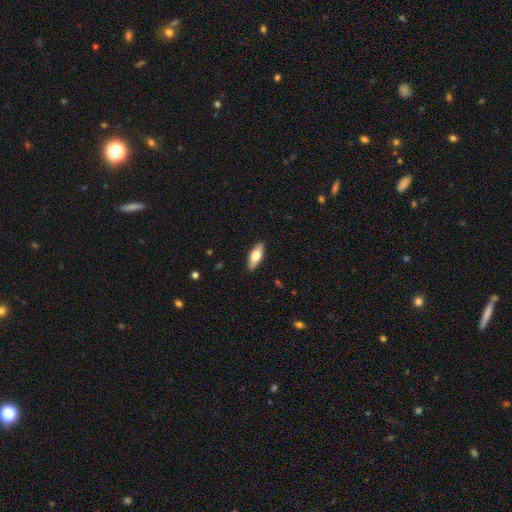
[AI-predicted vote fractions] Smooth or featured? smooth (65%)
How rounded? in between (72%)
Merging? none (89%)